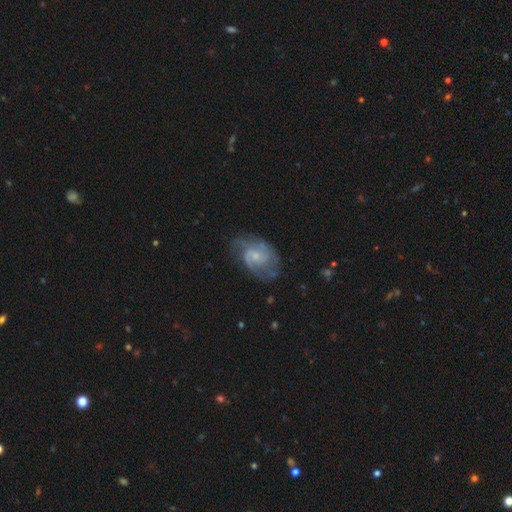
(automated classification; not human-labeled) featured or disk 81%, smooth 13%, star or artifact 6%. Down the decision tree: edge-on disk — no (98%); bar — no (57%); spiral arms — yes (94%); spiral arm count — 2 (61%); spiral winding — medium (50%); bulge size — small (65%); merging — none (64%).